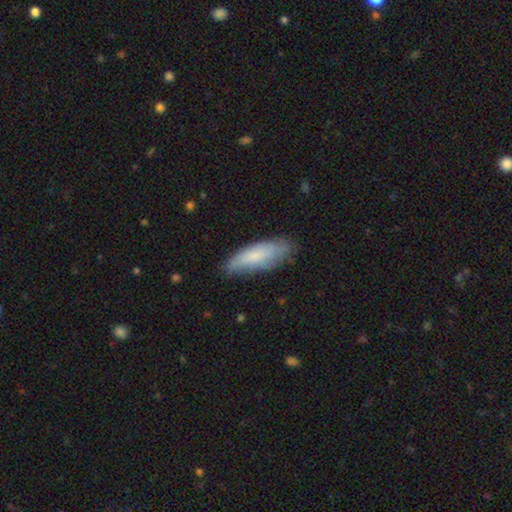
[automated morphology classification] Q: Smooth or featured?
A: smooth (73%); runner-up: featured or disk (21%)
Q: How rounded?
A: in between (50%); runner-up: cigar-shaped (49%)
Q: Merging?
A: none (73%); runner-up: minor disturbance (21%)